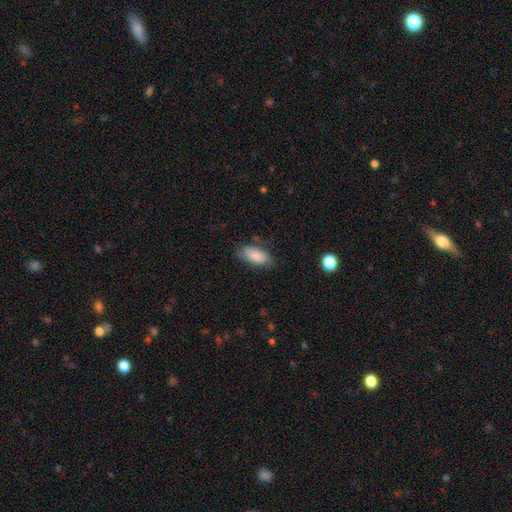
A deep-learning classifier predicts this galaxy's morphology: A smooth galaxy with no disk features (79%) that is in between round and cigar-shaped (91%). Merging: none (69%).